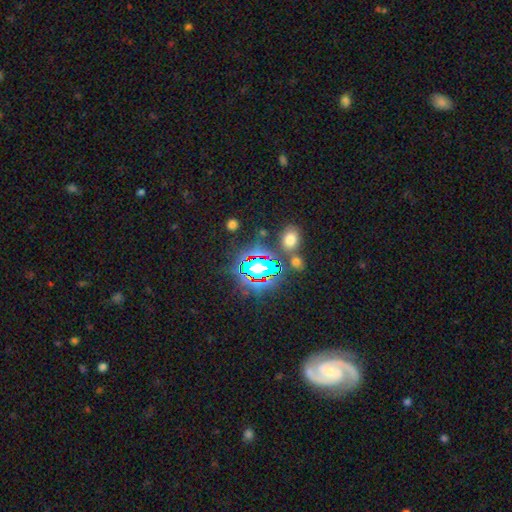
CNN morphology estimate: smooth_or_featured: star or artifact (p=0.58) [alt: featured or disk p=0.24]